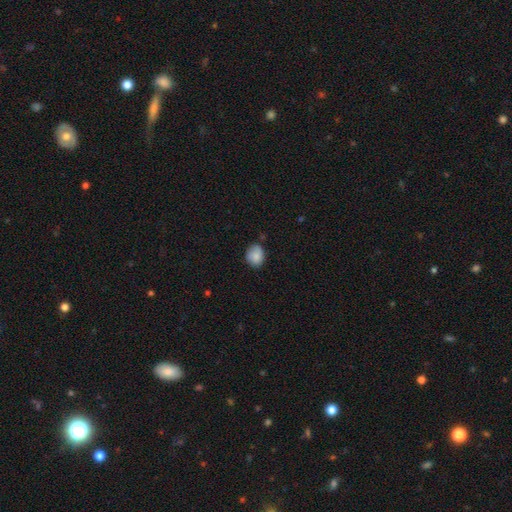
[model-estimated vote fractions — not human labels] Smooth or featured: smooth — 85% (star or artifact — 8%)
How rounded: round — 57% (in between — 42%)
Merging: none — 69% (minor disturbance — 25%)